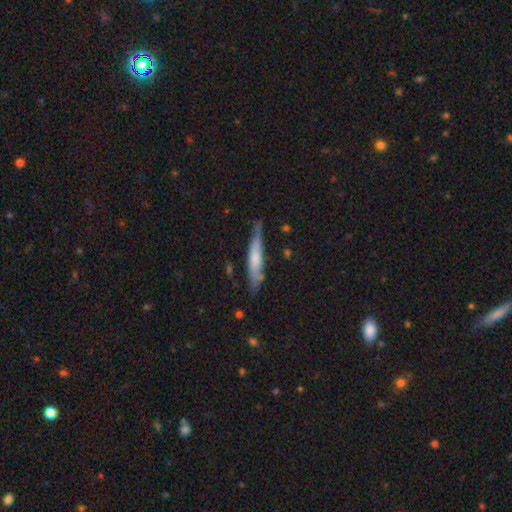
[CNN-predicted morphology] smooth-or-featured: smooth: 50% | featured or disk: 44% | star or artifact: 6%
  merging: none: 77% | minor disturbance: 18% | major disturbance: 3% | merger: 2%